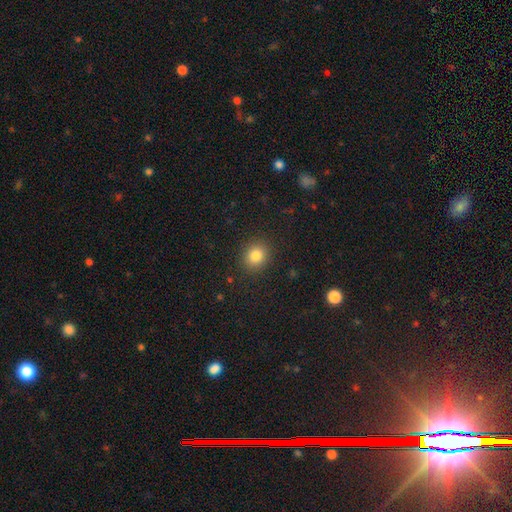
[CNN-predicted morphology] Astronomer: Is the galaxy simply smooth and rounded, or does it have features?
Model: smooth — 82%.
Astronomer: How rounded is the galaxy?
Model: round — 78%.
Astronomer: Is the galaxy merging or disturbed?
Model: none — 89%.